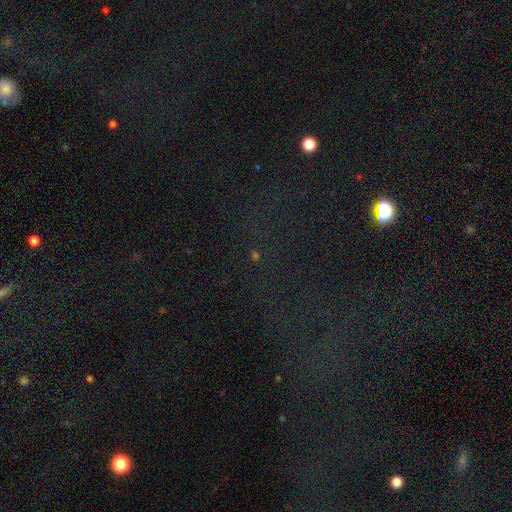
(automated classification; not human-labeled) Overall: star or artifact (72%).